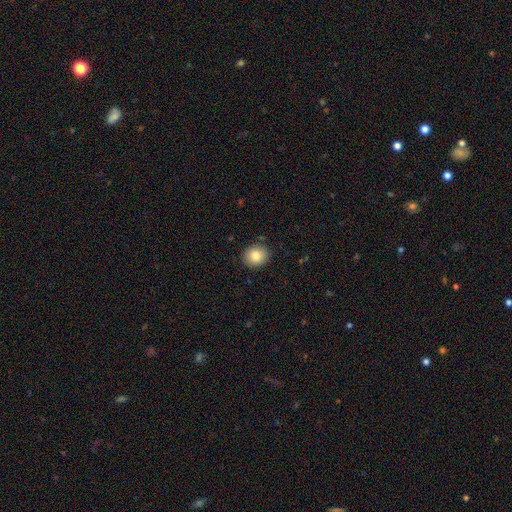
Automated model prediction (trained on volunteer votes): Overall: smooth (83%). How rounded: round (79%). Merging: none (89%).